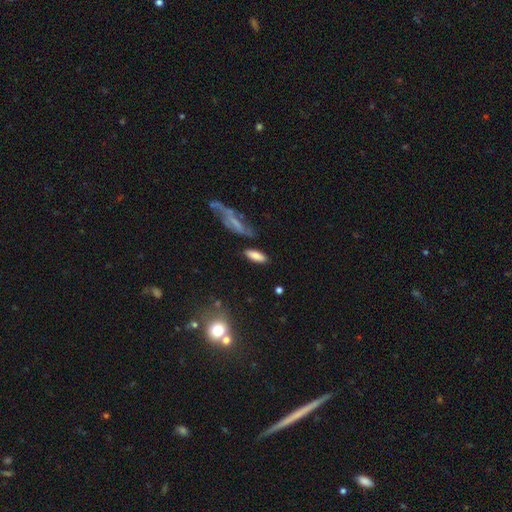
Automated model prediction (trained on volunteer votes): smooth 81%, featured or disk 11%, star or artifact 8%. Down the decision tree: how rounded — in between (69%); merging — none (74%).